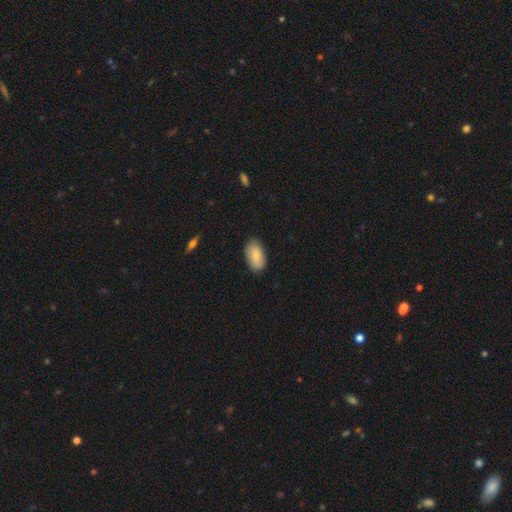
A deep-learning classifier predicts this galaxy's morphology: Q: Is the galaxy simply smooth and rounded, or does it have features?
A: smooth — 81%.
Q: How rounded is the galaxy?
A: in between — 94%.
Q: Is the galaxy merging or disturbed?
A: none — 83%.